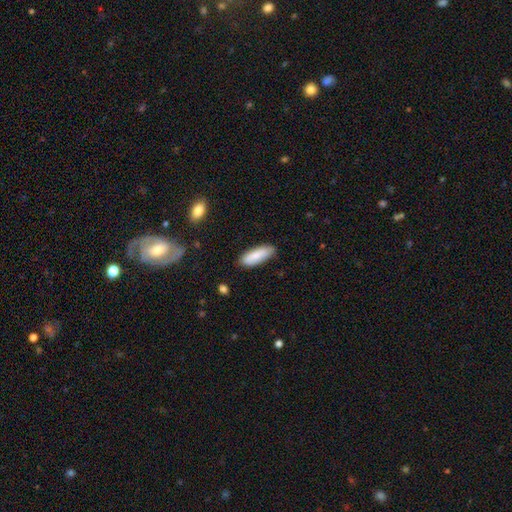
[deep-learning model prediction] smooth_or_featured: smooth (p=0.84) [alt: featured or disk p=0.10]
how_rounded: in between (p=0.64) [alt: cigar-shaped p=0.34]
merging: none (p=0.82) [alt: minor disturbance p=0.14]